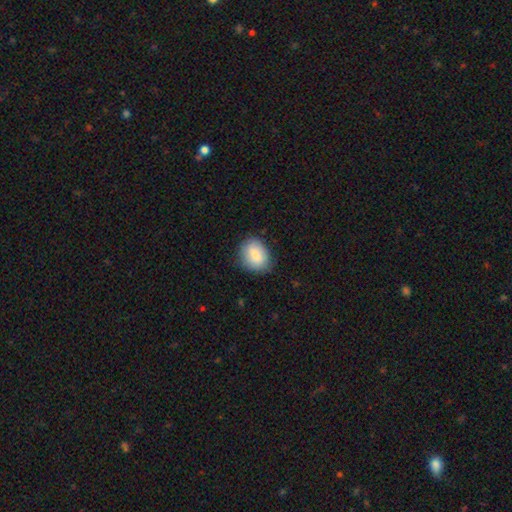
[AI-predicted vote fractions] smooth-or-featured: smooth: 78% | featured or disk: 15% | star or artifact: 7%
  how-rounded: in between: 64% | round: 34% | cigar-shaped: 1%
  merging: none: 78% | minor disturbance: 17% | major disturbance: 4% | merger: 1%